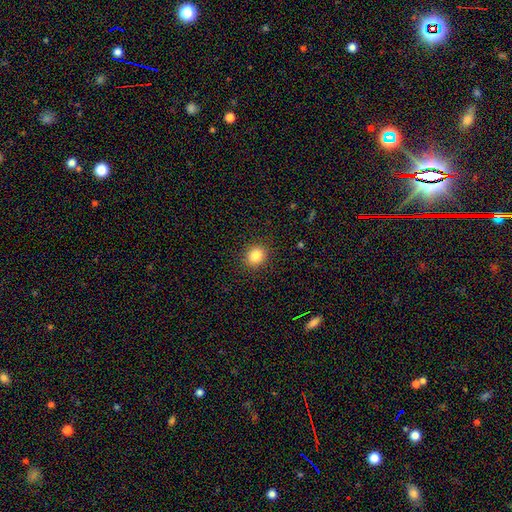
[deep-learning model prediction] Smooth or featured: smooth — 84% (star or artifact — 11%)
How rounded: round — 76% (in between — 23%)
Merging: none — 90% (minor disturbance — 6%)